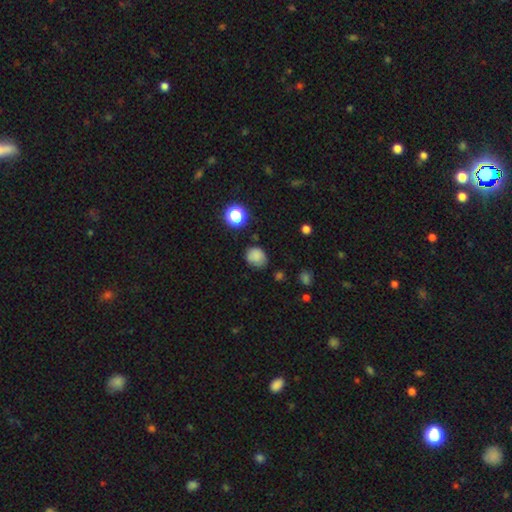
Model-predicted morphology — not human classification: A smooth galaxy with no disk features (82%) that is round (69%).

Vote fractions:
- Smooth or featured? smooth: 82% / star or artifact: 13% / featured or disk: 6%
- How rounded? round: 69% / in between: 30% / cigar-shaped: 1%
- Merging? none: 71% / minor disturbance: 21% / major disturbance: 5% / merger: 3%